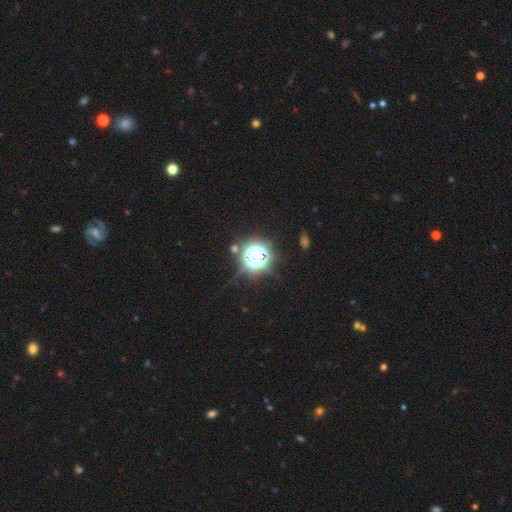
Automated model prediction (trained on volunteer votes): Smooth or featured: star or artifact — 80% (smooth — 13%)